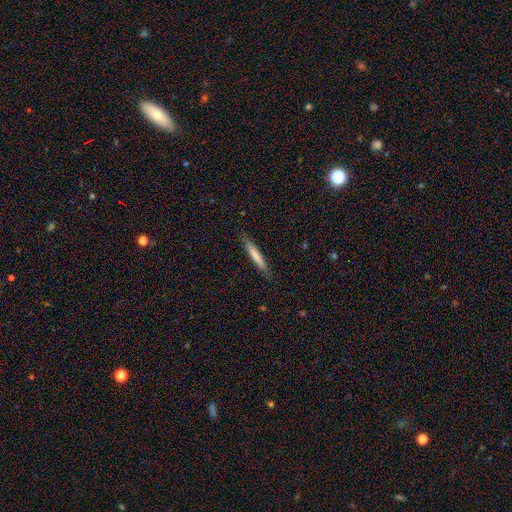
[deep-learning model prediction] Smooth or featured? Predicted: smooth (p=0.71). How rounded? Predicted: cigar-shaped (p=0.94). Merging? Predicted: none (p=0.85).